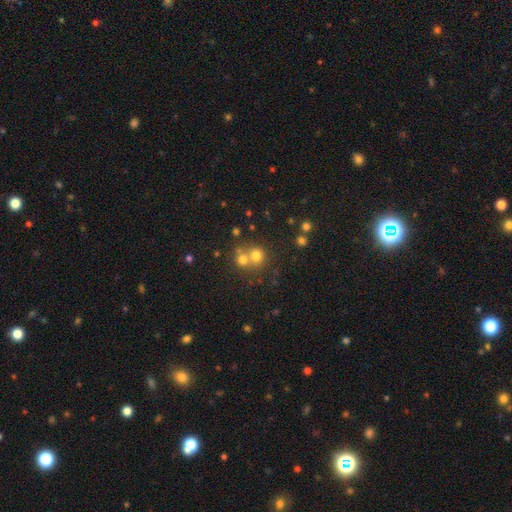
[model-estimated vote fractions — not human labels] The model was most divided on "merging": merger: 47%, none: 44%, minor disturbance: 6%, major disturbance: 3%. More confident: how rounded — round (85%); smooth or featured — smooth (70%).